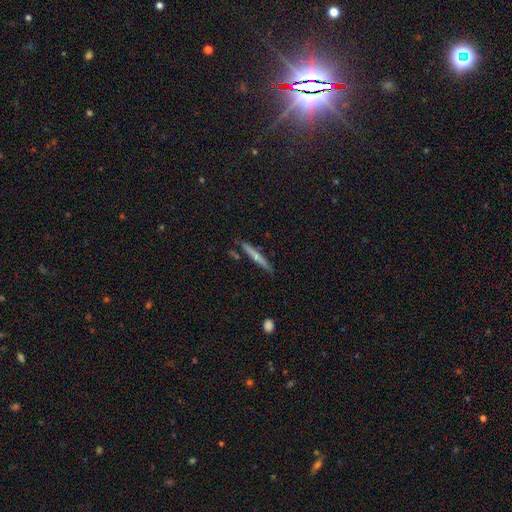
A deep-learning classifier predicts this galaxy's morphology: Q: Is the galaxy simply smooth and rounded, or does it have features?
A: smooth — 58%.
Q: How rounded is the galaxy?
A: cigar-shaped — 95%.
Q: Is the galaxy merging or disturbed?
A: none — 86%.